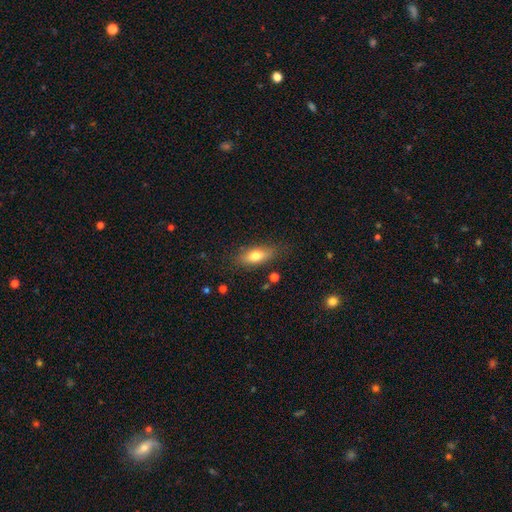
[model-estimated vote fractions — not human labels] Q: Smooth or featured?
A: smooth (72%); runner-up: featured or disk (20%)
Q: How rounded?
A: in between (73%); runner-up: cigar-shaped (23%)
Q: Merging?
A: none (81%); runner-up: minor disturbance (14%)